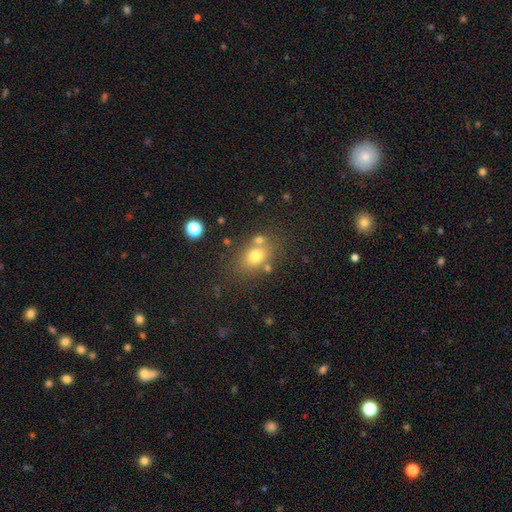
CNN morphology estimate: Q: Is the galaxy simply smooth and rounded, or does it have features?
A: smooth — 73%.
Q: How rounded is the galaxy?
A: in between — 62%.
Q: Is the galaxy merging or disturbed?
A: none — 64%.